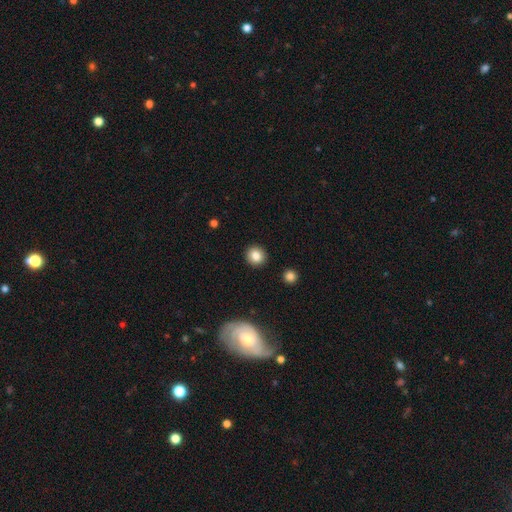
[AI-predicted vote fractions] This appears to be a smooth galaxy with no disk features (84%) that is round (89%). Merging: none (92%).